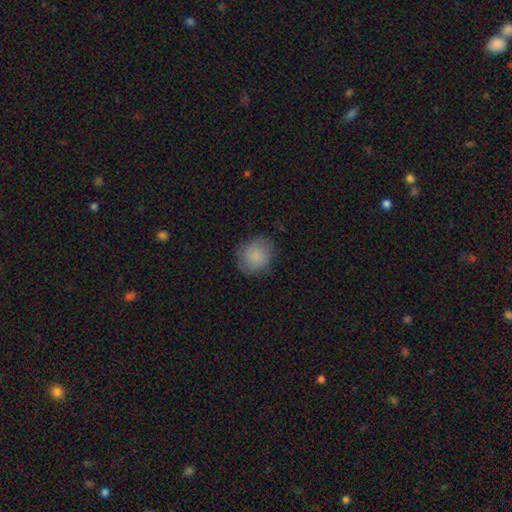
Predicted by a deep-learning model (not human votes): Smooth or featured? smooth (86%)
How rounded? round (85%)
Merging? none (81%)